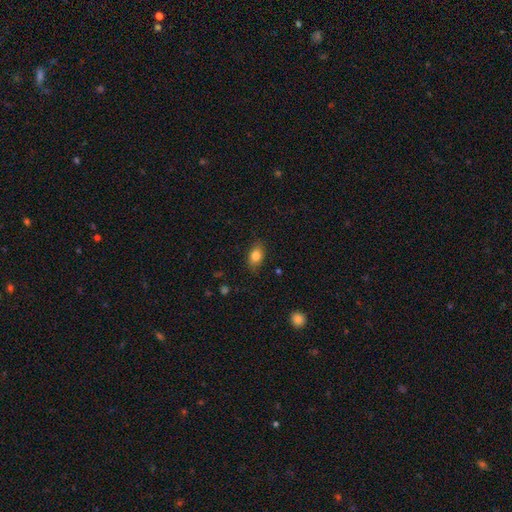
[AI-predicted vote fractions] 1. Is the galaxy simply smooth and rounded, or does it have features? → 82% smooth, 10% featured or disk, 8% star or artifact.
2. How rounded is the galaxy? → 83% in between, 15% round, 3% cigar-shaped.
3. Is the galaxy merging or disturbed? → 83% none, 13% minor disturbance, 3% major disturbance, 1% merger.